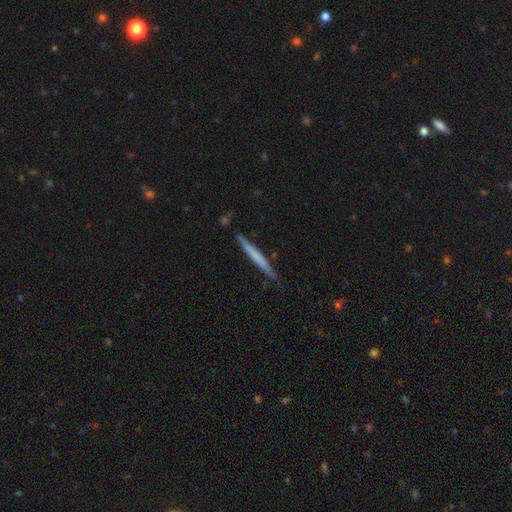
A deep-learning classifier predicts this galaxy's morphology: A smooth galaxy with no disk features (54%) that is cigar-shaped (97%).

Vote fractions:
- Smooth or featured? smooth: 54% / featured or disk: 41% / star or artifact: 5%
- How rounded? cigar-shaped: 97% / in between: 2% / round: 1%
- Merging? none: 84% / minor disturbance: 12% / major disturbance: 2% / merger: 2%